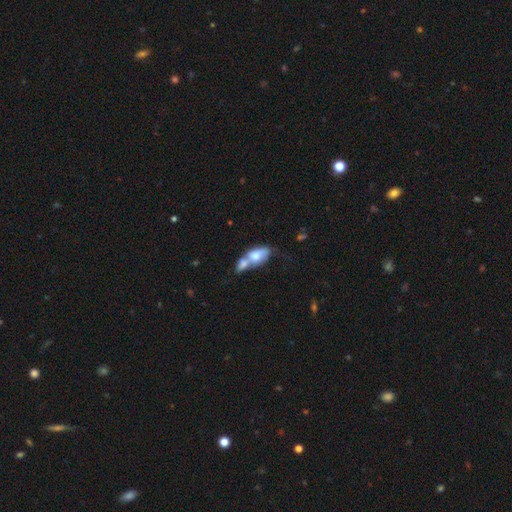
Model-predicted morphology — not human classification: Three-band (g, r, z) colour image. It shows a smooth galaxy with no disk features (70%) that is in between round and cigar-shaped (85%). Merging: merger (71%).